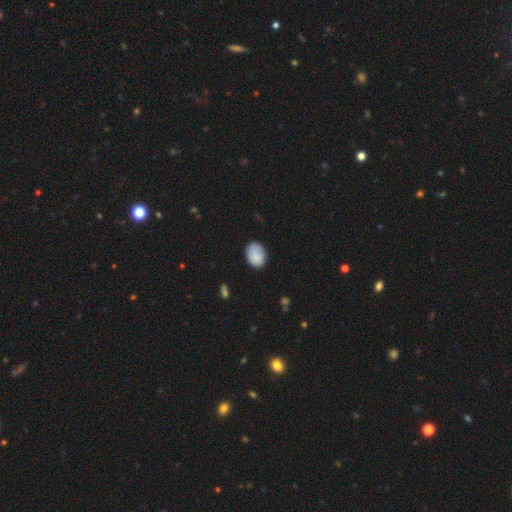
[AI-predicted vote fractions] Q: Smooth or featured?
A: smooth (82%); runner-up: featured or disk (11%)
Q: How rounded?
A: in between (75%); runner-up: round (24%)
Q: Merging?
A: none (74%); runner-up: minor disturbance (20%)